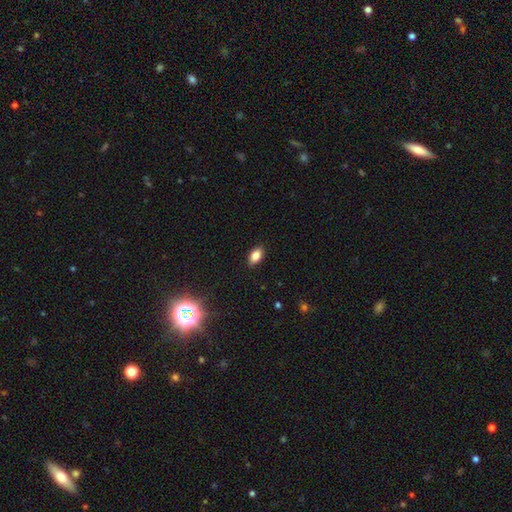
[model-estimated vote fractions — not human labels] smooth 84%, star or artifact 10%, featured or disk 6%. Down the decision tree: how rounded — in between (90%); merging — none (89%).